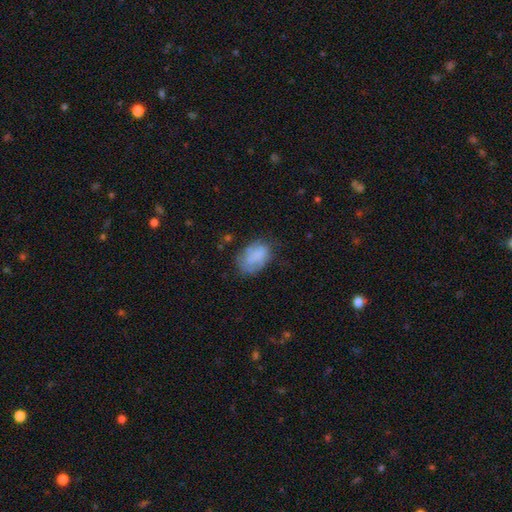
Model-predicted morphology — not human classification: Smooth or featured: smooth — 66% (featured or disk — 24%)
How rounded: in between — 85% (round — 14%)
Merging: none — 53% (minor disturbance — 29%)